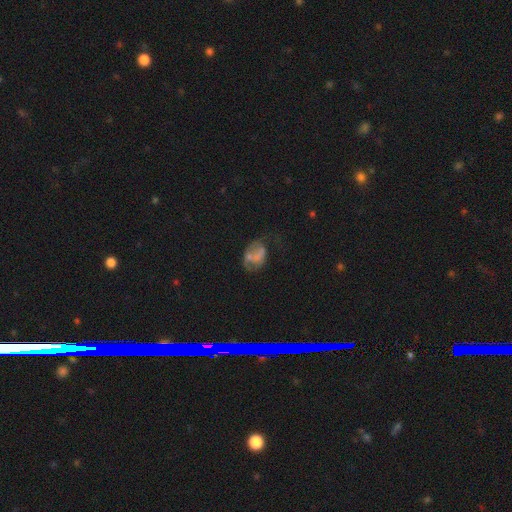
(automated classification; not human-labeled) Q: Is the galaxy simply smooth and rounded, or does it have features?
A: smooth — 45%.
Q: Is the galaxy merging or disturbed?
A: major disturbance — 35%.